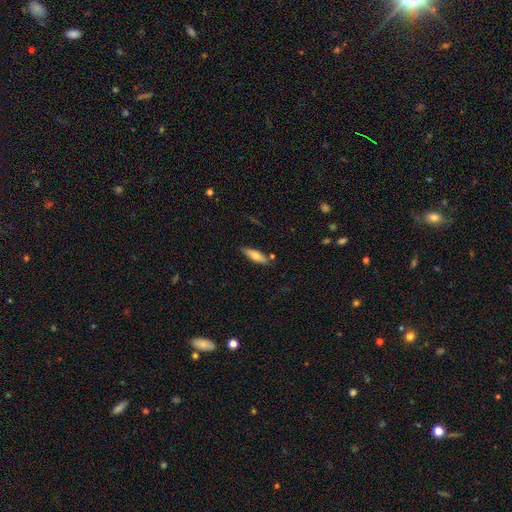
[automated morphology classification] Overall: smooth (70%). How rounded: cigar-shaped (53%; in between 45%). Merging: none (79%).